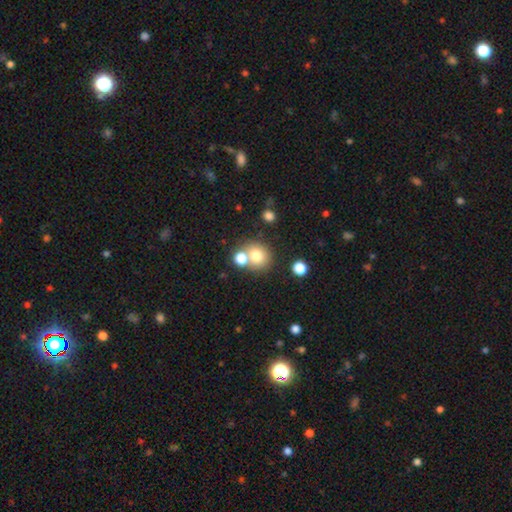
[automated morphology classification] Q: Smooth or featured?
A: smooth (74%); runner-up: star or artifact (14%)
Q: How rounded?
A: round (84%); runner-up: in between (15%)
Q: Merging?
A: none (59%); runner-up: merger (29%)